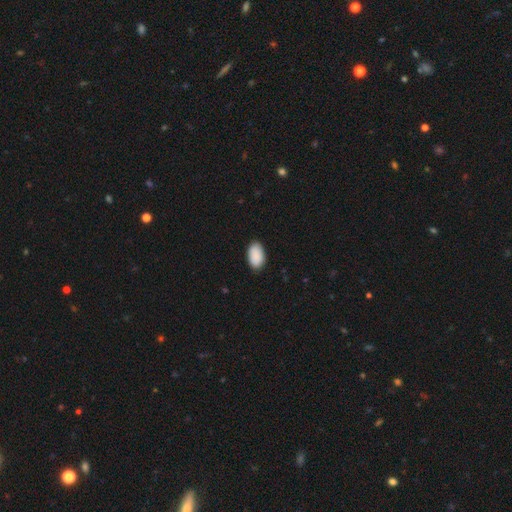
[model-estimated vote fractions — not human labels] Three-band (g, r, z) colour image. It shows a smooth galaxy with no disk features (91%) that is in between round and cigar-shaped (95%). Merging: none (87%).